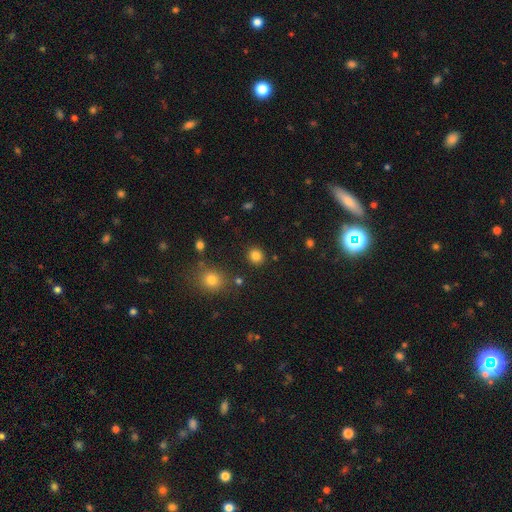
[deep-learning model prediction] A smooth galaxy with no disk features (83%) that is round (85%). Merging: none (89%).